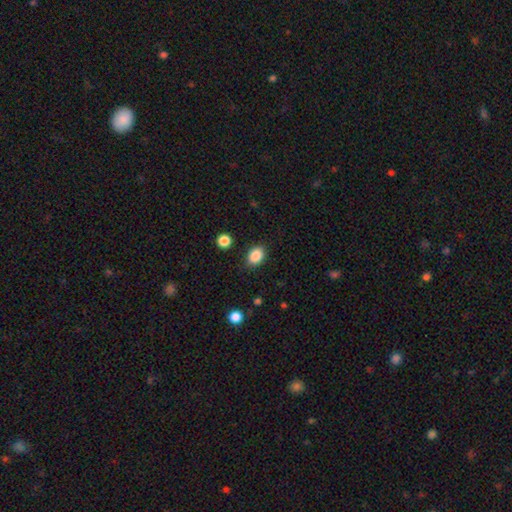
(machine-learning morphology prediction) Smooth or featured? Predicted: smooth (p=0.88). How rounded? Predicted: in between (p=0.74). Merging? Predicted: none (p=0.86).